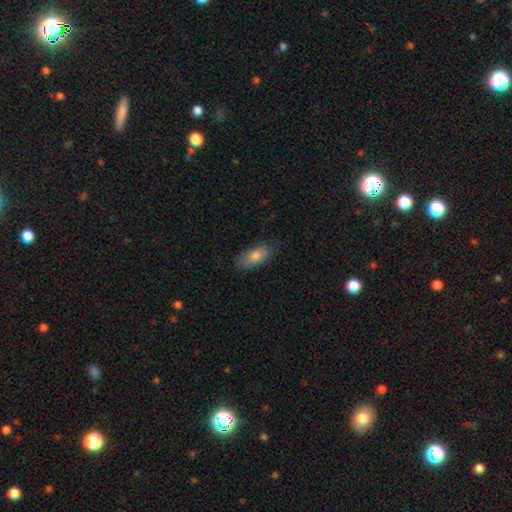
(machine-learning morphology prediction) Smooth or featured? smooth (79%)
How rounded? in between (84%)
Merging? none (80%)